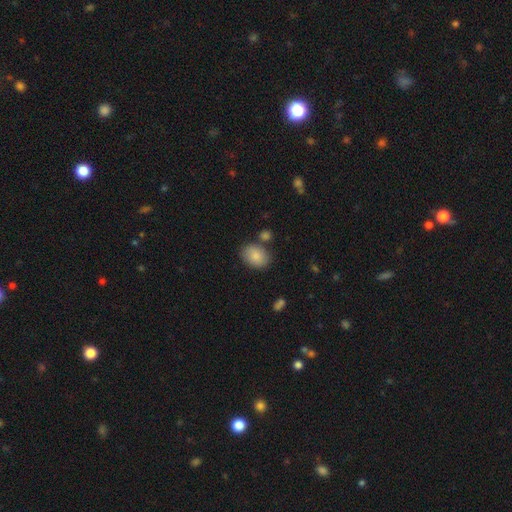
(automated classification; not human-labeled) Smooth or featured?
  - smooth: 86% *
  - featured or disk: 7%
  - star or artifact: 7%
How rounded?
  - in between: 76% *
  - round: 23%
  - cigar-shaped: 1%
Merging?
  - none: 74% *
  - minor disturbance: 14%
  - merger: 8%
  - major disturbance: 4%